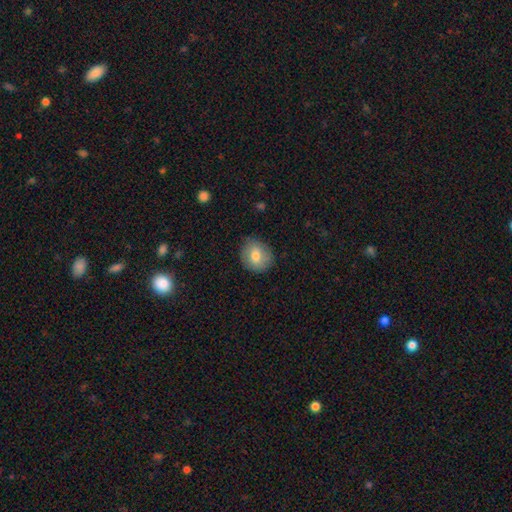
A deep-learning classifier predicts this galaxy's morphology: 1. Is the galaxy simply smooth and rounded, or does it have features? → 76% smooth, 16% featured or disk, 7% star or artifact.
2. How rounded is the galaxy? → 76% round, 24% in between, 1% cigar-shaped.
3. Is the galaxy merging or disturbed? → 83% none, 13% minor disturbance, 3% major disturbance, 1% merger.